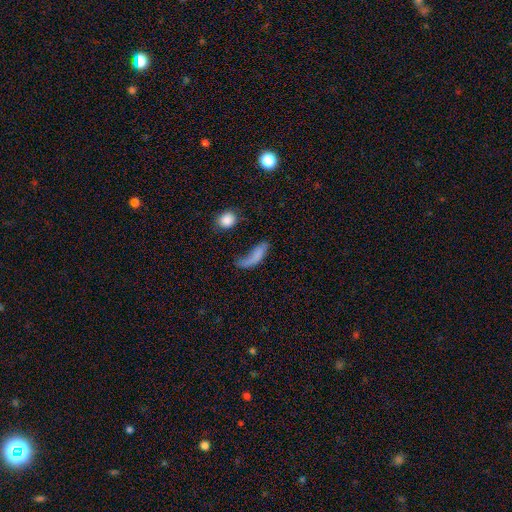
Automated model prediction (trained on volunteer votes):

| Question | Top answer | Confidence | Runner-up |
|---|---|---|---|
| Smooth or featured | smooth | 65% | featured or disk (25%) |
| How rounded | in between | 50% | cigar-shaped (44%) |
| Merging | major disturbance | 38% | none (30%) |